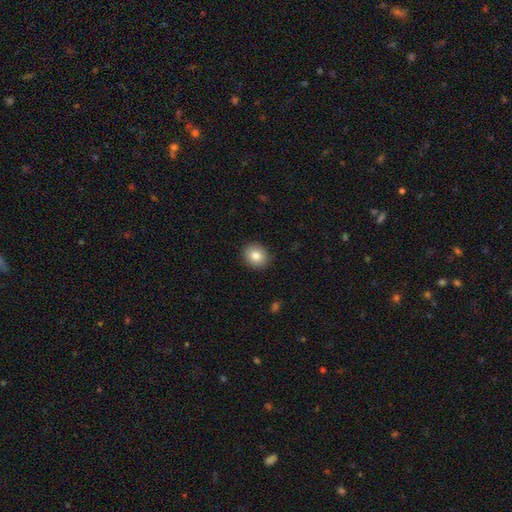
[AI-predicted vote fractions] Smooth or featured: smooth — 82% (star or artifact — 9%)
How rounded: round — 69% (in between — 30%)
Merging: none — 91% (minor disturbance — 6%)